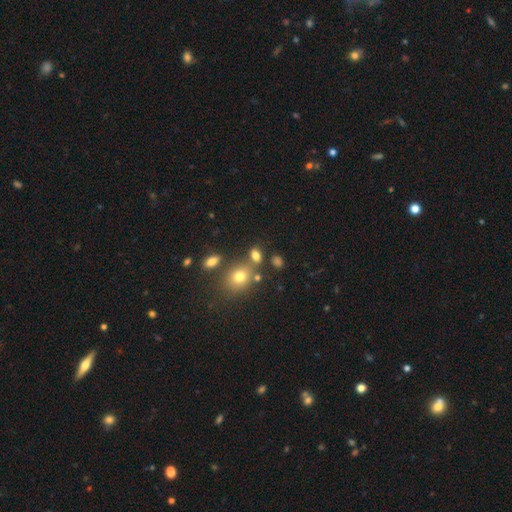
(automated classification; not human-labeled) Overall: smooth (76%). How rounded: in between (64%; round 34%). Merging: none (62%).